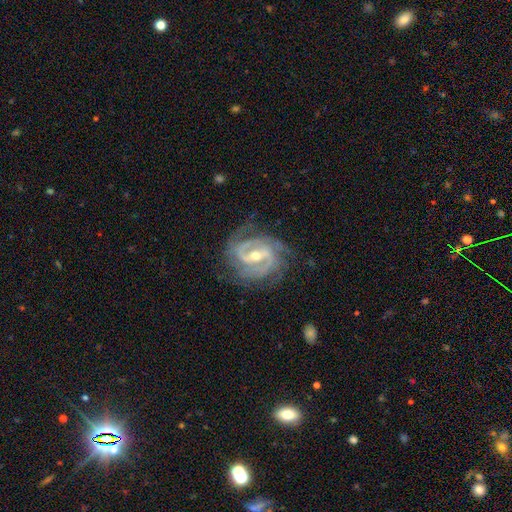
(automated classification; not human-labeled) This is clearly a featured or disk galaxy (92%). It is clearly not viewed edge-on (97%). Bar: possibly strong (53%). Spiral arm pattern: clearly yes (98%). Spiral arm count: possibly 2 (49%). Spiral winding: possibly tight (50%). Central bulge: possibly moderate (56%). Merging: likely none (73%).